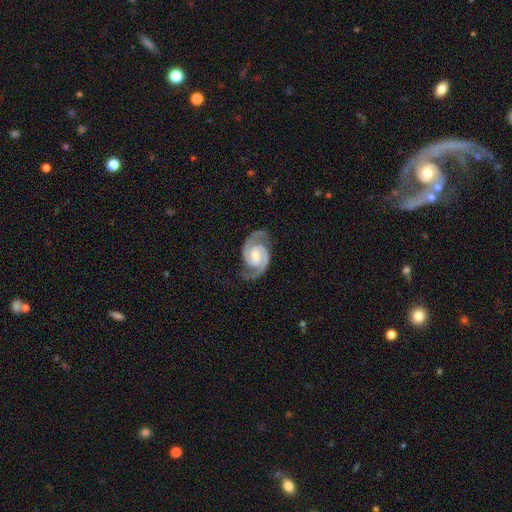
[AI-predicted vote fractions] Smooth or featured?
  - featured or disk: 93% *
  - star or artifact: 4%
  - smooth: 3%
Edge-on disk?
  - no: 98% *
  - yes: 2%
Bar?
  - no: 52% *
  - weak: 38%
  - strong: 11%
Spiral arms?
  - yes: 99% *
  - no: 1%
Spiral winding?
  - medium: 51% *
  - tight: 41%
  - loose: 8%
Spiral arm count?
  - 2: 94% *
  - can't tell: 1%
  - 3: 1%
  - 1: 1%
  - 4: 1%
  - more than 4: 1%
Bulge size?
  - moderate: 62% *
  - small: 29%
  - large: 5%
  - none: 3%
  - dominant: 1%
Merging?
  - none: 82% *
  - minor disturbance: 13%
  - major disturbance: 4%
  - merger: 1%